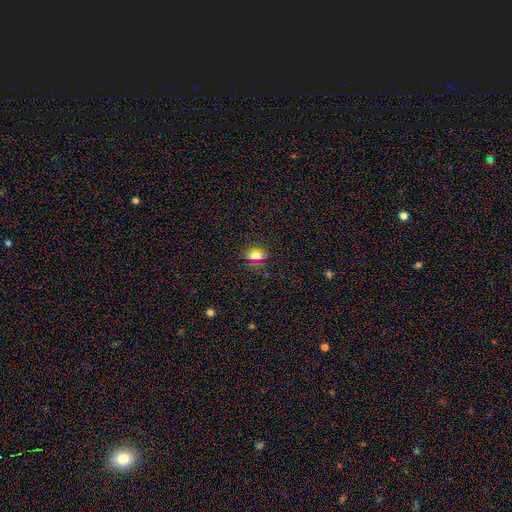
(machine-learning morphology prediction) Smooth or featured: smooth — 73% (star or artifact — 18%)
How rounded: in between — 70% (round — 26%)
Merging: none — 83% (minor disturbance — 12%)